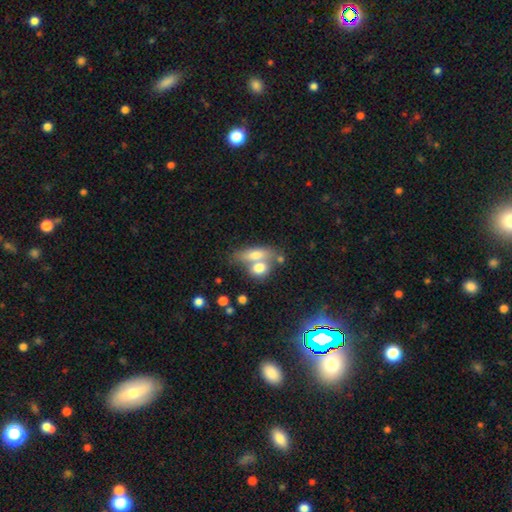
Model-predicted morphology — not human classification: Overall: smooth (69%). How rounded: in between (63%; cigar-shaped 23%). Merging: merger (48%; none 37%).